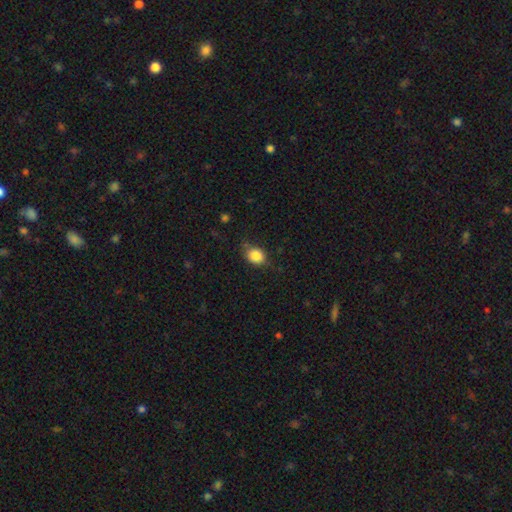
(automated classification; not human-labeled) A smooth galaxy with no disk features (85%) that is in between round and cigar-shaped (54%). Merging: none (71%).